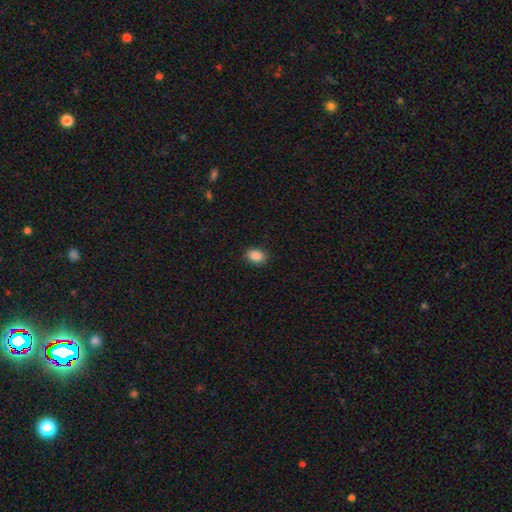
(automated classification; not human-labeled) A smooth galaxy with no disk features (88%) that is in between round and cigar-shaped (77%). Merging: none (89%).